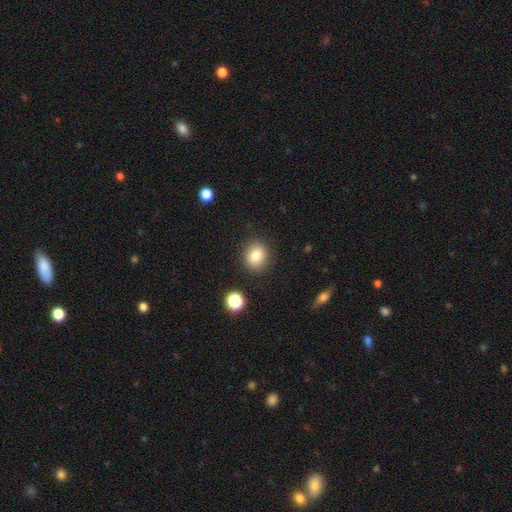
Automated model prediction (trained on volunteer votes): The model was most divided on "how rounded": round: 68%, in between: 31%, cigar-shaped: 1%. More confident: merging — none (86%); smooth or featured — smooth (83%).